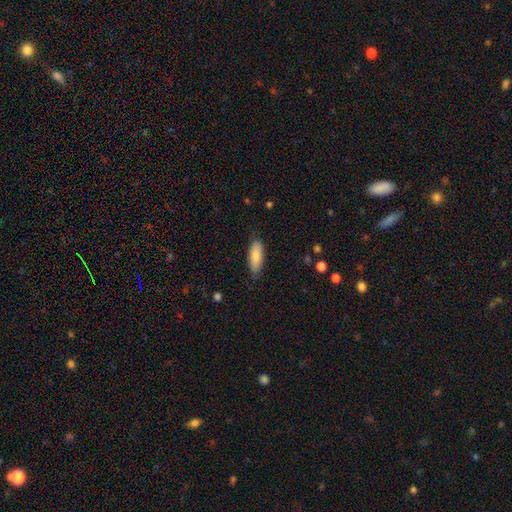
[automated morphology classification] smooth_or_featured: smooth (p=0.82) [alt: featured or disk p=0.12]
how_rounded: in between (p=0.72) [alt: cigar-shaped p=0.26]
merging: none (p=0.78) [alt: minor disturbance p=0.18]